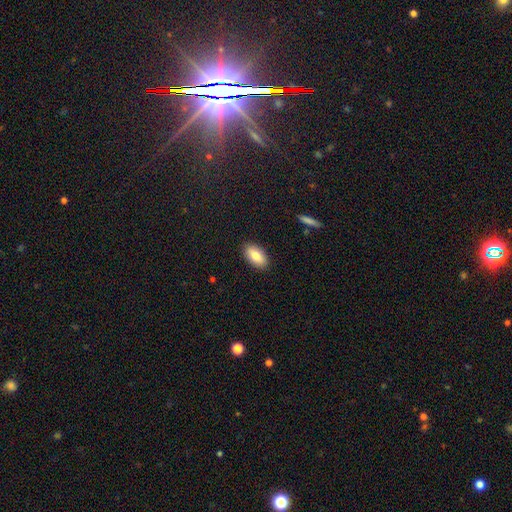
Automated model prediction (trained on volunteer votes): Smooth or featured? Predicted: smooth (p=0.80). How rounded? Predicted: in between (p=0.92). Merging? Predicted: none (p=0.88).